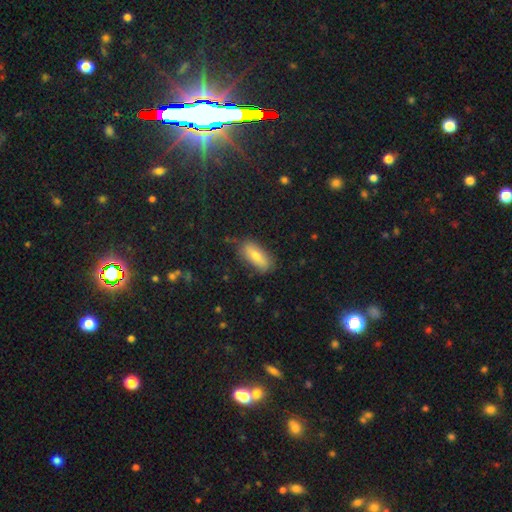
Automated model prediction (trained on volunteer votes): Smooth or featured? smooth (68%)
How rounded? in between (78%)
Merging? none (79%)